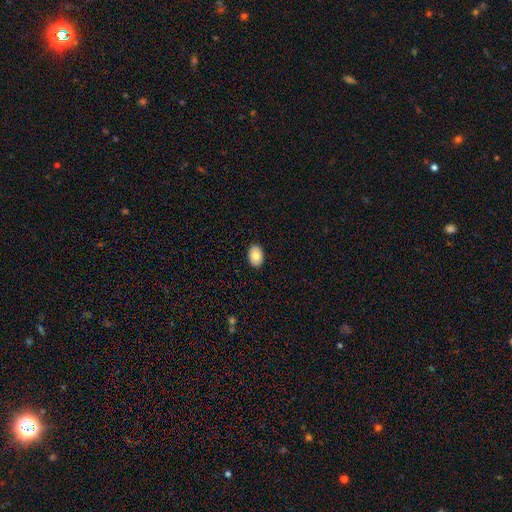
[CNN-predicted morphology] type=smooth (80%); roundness=in between (85%); merging=none (90%).